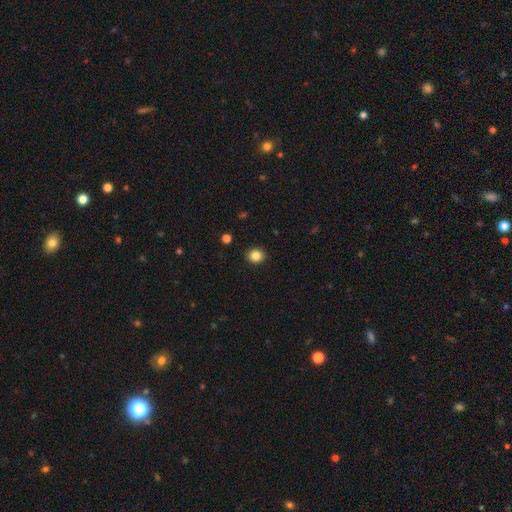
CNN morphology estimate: smooth 84%, star or artifact 11%, featured or disk 5%. Down the decision tree: how rounded — round (77%); merging — none (91%).